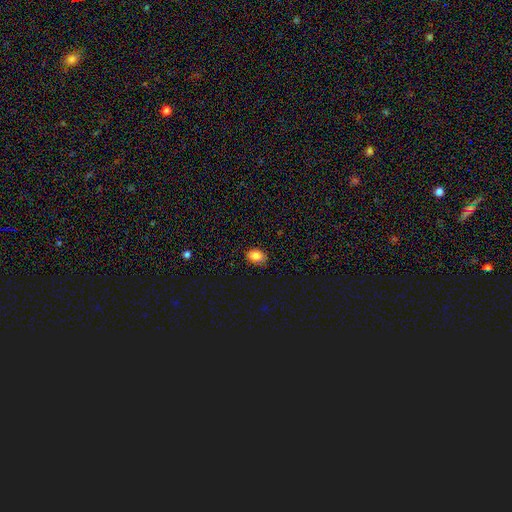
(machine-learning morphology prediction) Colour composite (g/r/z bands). It shows a smooth galaxy with no disk features (86%) that is in between round and cigar-shaped (72%). Merging: none (80%).